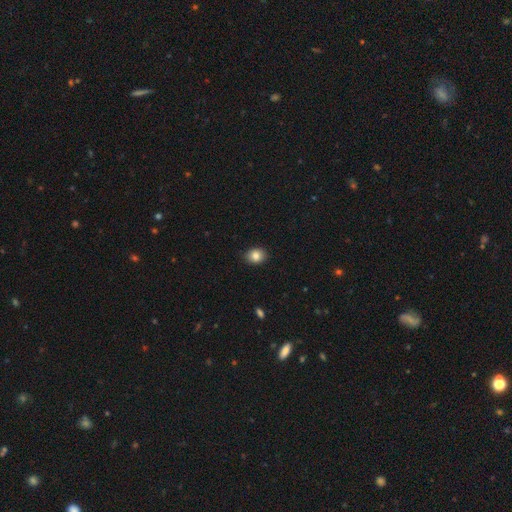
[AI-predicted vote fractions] This is clearly a smooth galaxy (84%). How rounded: possibly in between (50%). Merging: clearly none (88%).